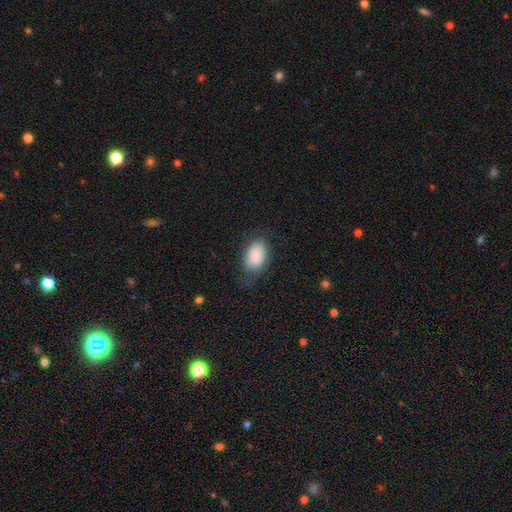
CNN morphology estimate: smooth-or-featured: smooth: 84% | featured or disk: 9% | star or artifact: 7%
  how-rounded: in between: 88% | round: 10% | cigar-shaped: 1%
  merging: none: 64% | minor disturbance: 24% | major disturbance: 11% | merger: 1%